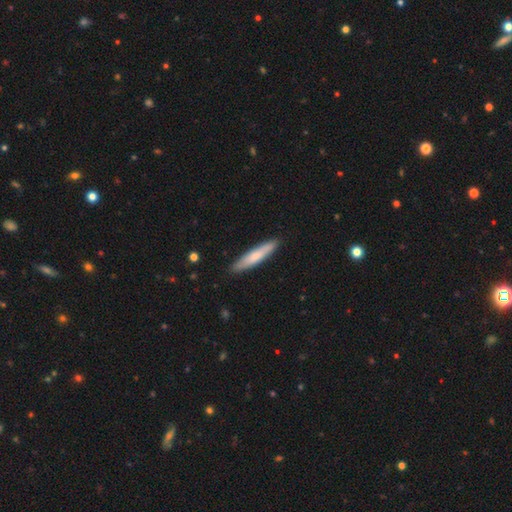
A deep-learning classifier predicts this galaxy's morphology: Smooth or featured: smooth — 69% (featured or disk — 26%)
How rounded: cigar-shaped — 89% (in between — 10%)
Merging: none — 90% (minor disturbance — 8%)